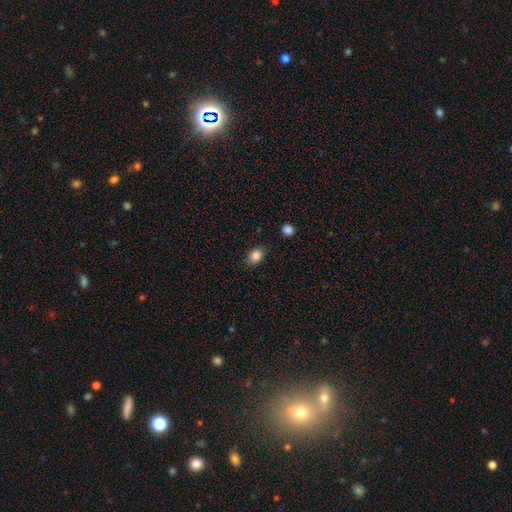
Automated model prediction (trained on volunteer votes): smooth_or_featured: smooth (p=0.85) [alt: star or artifact p=0.10]
how_rounded: in between (p=0.57) [alt: round p=0.42]
merging: none (p=0.83) [alt: minor disturbance p=0.12]